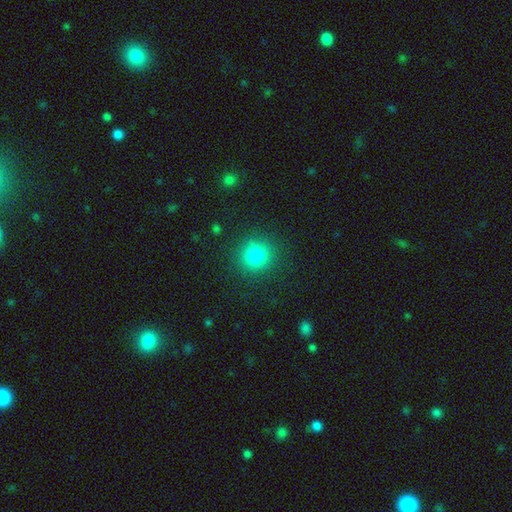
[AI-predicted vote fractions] A smooth galaxy with no disk features (81%) that is round (91%).

Vote fractions:
- Smooth or featured? smooth: 81% / star or artifact: 13% / featured or disk: 6%
- How rounded? round: 91% / in between: 8% / cigar-shaped: 1%
- Merging? none: 88% / minor disturbance: 7% / major disturbance: 3% / merger: 2%